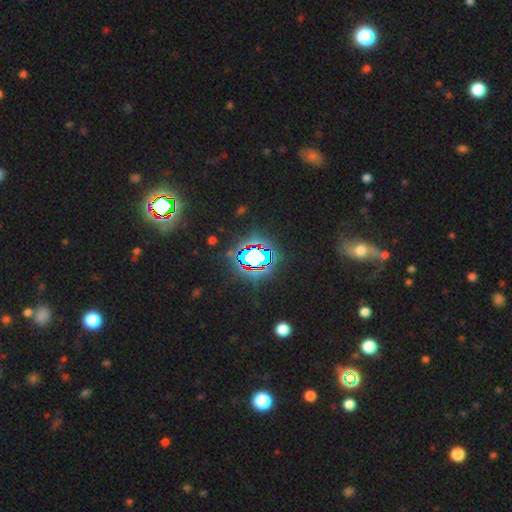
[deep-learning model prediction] Overall: star or artifact (75%).